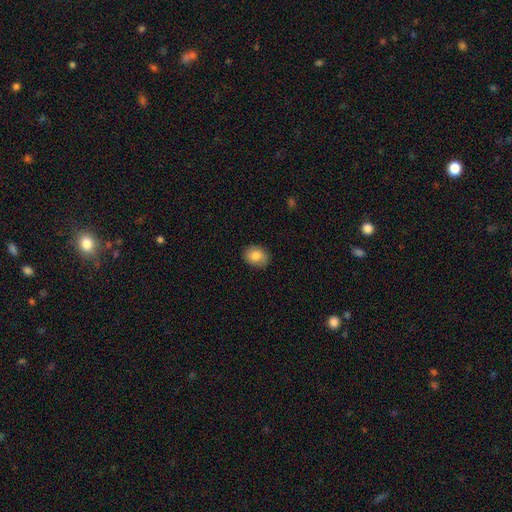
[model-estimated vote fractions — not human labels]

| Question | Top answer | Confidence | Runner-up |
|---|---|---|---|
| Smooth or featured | smooth | 82% | featured or disk (10%) |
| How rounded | in between | 58% | round (41%) |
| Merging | none | 84% | minor disturbance (12%) |